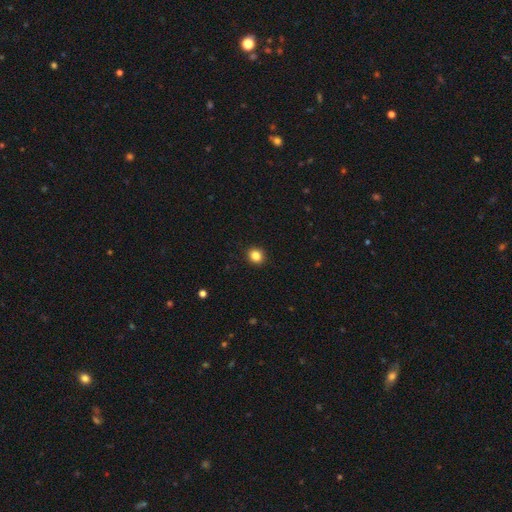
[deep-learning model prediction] Smooth or featured? Predicted: smooth (p=0.85). How rounded? Predicted: round (p=0.84). Merging? Predicted: none (p=0.92).